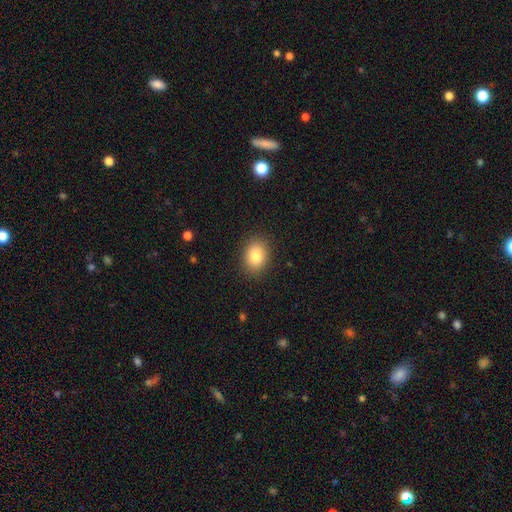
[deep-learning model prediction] Q: Smooth or featured?
A: smooth (82%); runner-up: star or artifact (9%)
Q: How rounded?
A: in between (57%); runner-up: round (42%)
Q: Merging?
A: none (88%); runner-up: minor disturbance (8%)